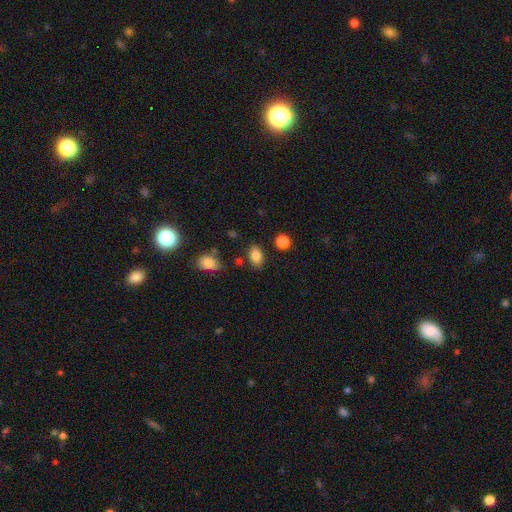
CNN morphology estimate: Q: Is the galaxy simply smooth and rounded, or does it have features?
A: smooth — 85%.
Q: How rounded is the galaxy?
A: in between — 84%.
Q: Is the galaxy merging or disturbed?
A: none — 79%.